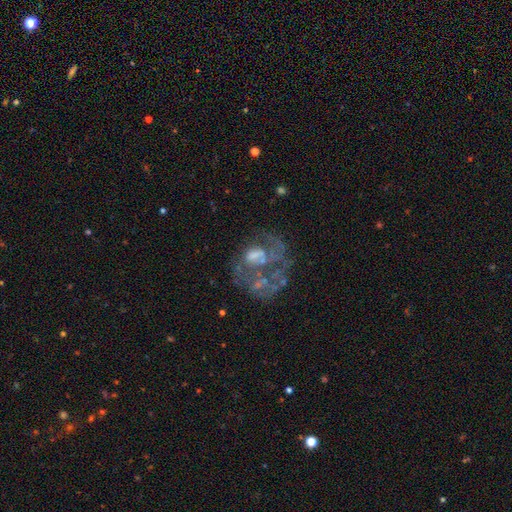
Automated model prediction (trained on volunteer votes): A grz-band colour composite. It shows a featured or disk galaxy (70%) with no bar (81%), no spiral arms (66%) and no central bulge (47%). Merging: major disturbance (38%).